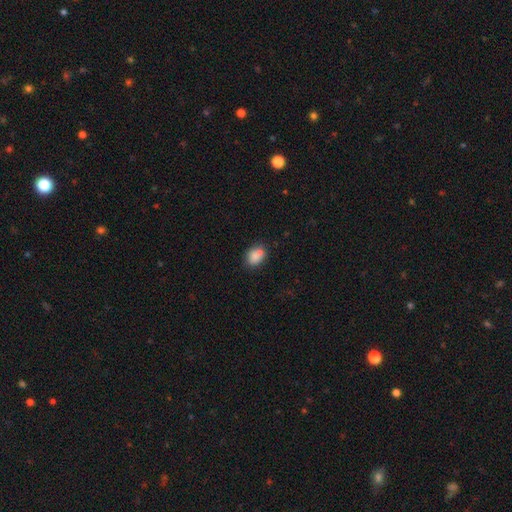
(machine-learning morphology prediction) Q: Smooth or featured?
A: smooth (82%); runner-up: star or artifact (9%)
Q: How rounded?
A: in between (65%); runner-up: round (34%)
Q: Merging?
A: none (60%); runner-up: merger (19%)